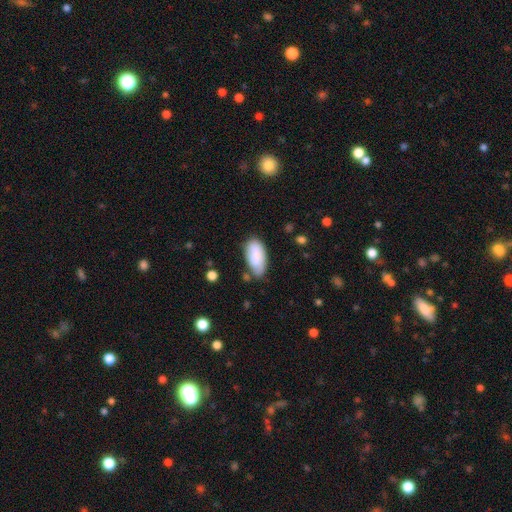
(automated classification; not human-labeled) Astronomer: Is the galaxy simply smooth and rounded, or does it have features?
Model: smooth — 84%.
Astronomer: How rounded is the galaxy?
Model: in between — 93%.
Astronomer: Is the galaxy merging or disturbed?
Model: none — 64%.